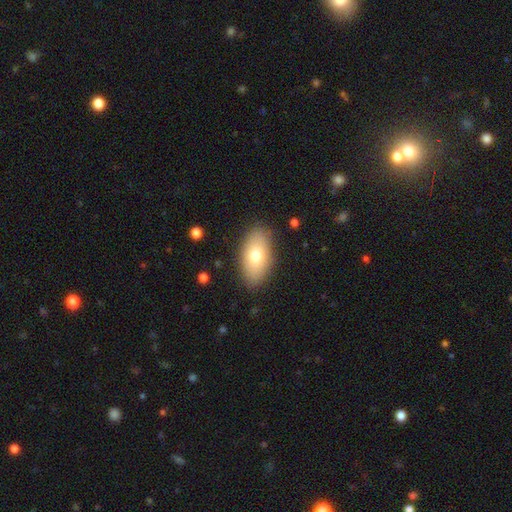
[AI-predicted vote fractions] Overall: smooth (75%). How rounded: in between (92%). Merging: none (86%).